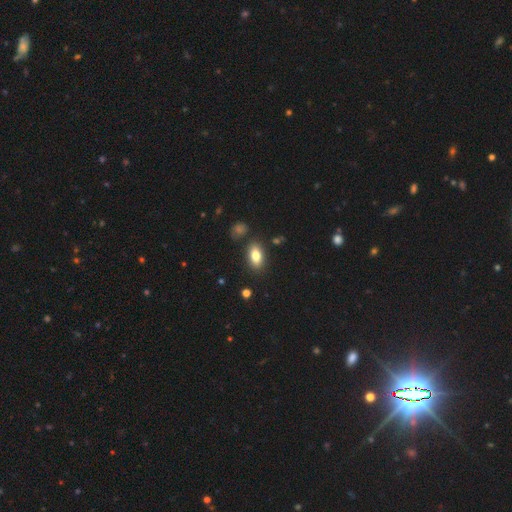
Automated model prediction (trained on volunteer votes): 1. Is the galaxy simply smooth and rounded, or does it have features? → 80% smooth, 12% featured or disk, 8% star or artifact.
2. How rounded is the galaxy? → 88% in between, 6% cigar-shaped, 6% round.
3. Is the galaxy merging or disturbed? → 83% none, 11% minor disturbance, 3% merger, 3% major disturbance.